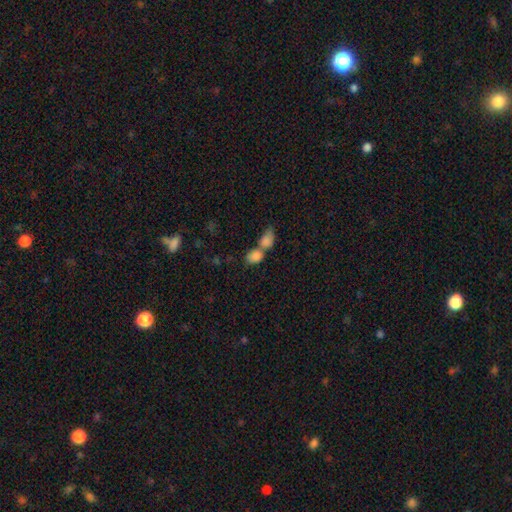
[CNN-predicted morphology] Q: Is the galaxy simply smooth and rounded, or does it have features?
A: smooth — 83%.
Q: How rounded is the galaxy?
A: in between — 76%.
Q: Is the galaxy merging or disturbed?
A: merger — 68%.